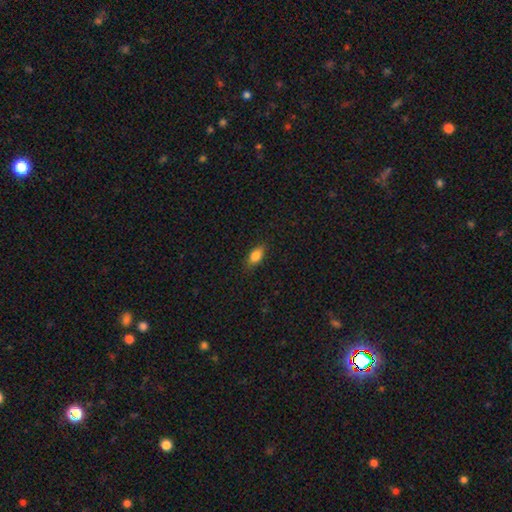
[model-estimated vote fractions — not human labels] Smooth or featured? Predicted: smooth (p=0.86). How rounded? Predicted: in between (p=0.87). Merging? Predicted: none (p=0.85).